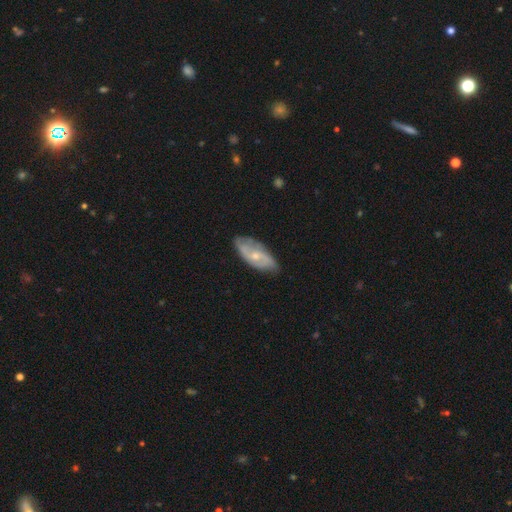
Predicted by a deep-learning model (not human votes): This is likely a featured or disk galaxy (64%). It is clearly not viewed edge-on (90%). Bar: likely no (61%). Spiral arm pattern: clearly yes (84%). Central bulge: possibly small (60%). Merging: likely none (74%).